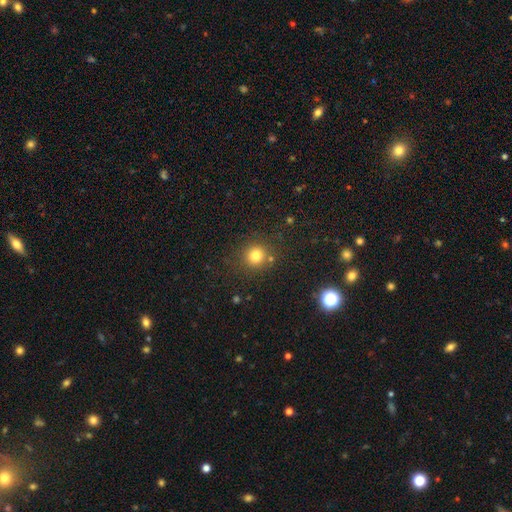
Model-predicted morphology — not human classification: Overall: smooth (79%). How rounded: round (91%). Merging: none (83%).